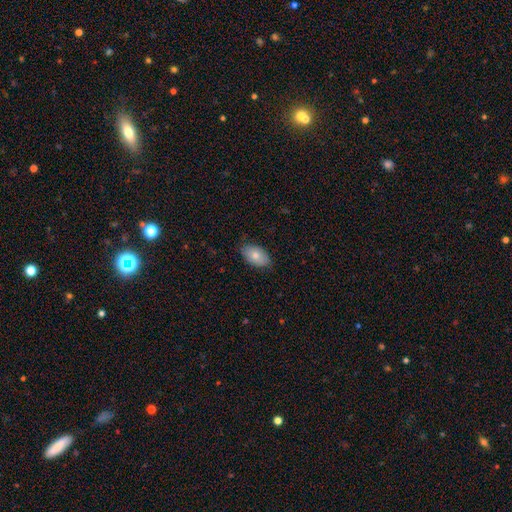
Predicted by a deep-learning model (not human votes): This appears to be a smooth galaxy with no disk features (78%) that is in between round and cigar-shaped (93%). Merging: none (80%).